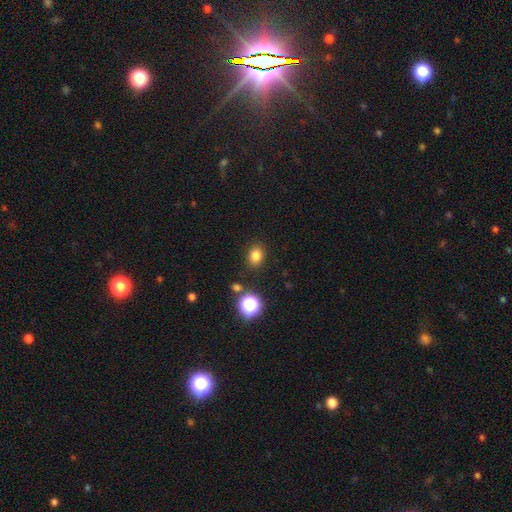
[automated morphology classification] Smooth or featured? Predicted: smooth (p=0.79). How rounded? Predicted: in between (p=0.56). Merging? Predicted: none (p=0.85).